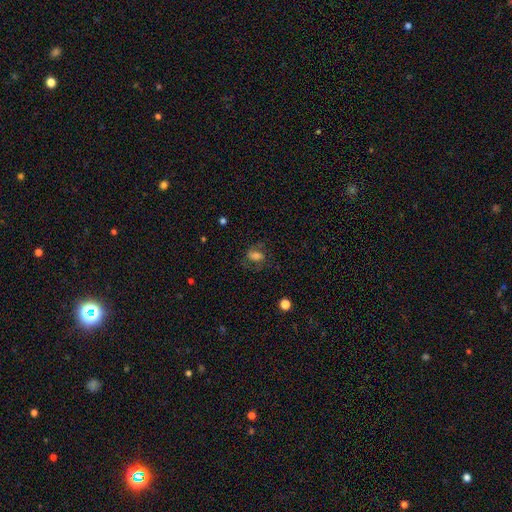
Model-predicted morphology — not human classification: smooth-or-featured: smooth: 50% | featured or disk: 38% | star or artifact: 13%
  merging: none: 62% | minor disturbance: 19% | major disturbance: 17% | merger: 2%